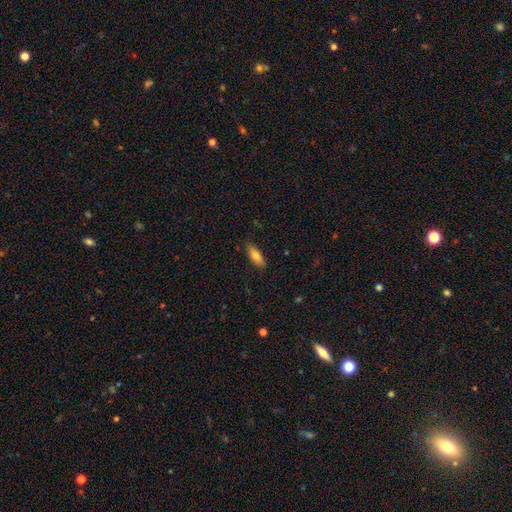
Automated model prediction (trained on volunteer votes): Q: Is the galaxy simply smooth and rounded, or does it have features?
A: smooth — 75%.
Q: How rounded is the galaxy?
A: in between — 64%.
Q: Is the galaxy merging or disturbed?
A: none — 85%.